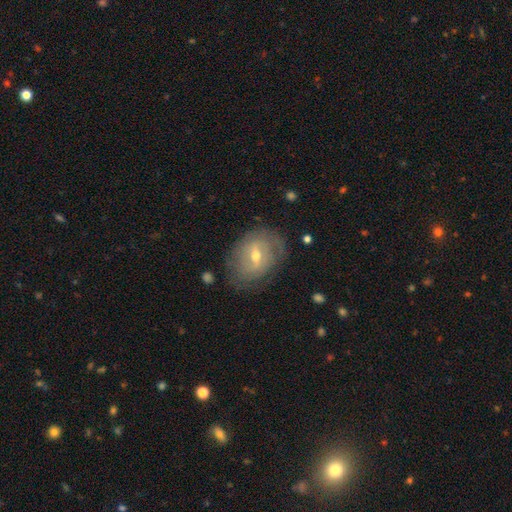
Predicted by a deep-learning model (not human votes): Smooth or featured: featured or disk — 65% (smooth — 27%)
Edge-on disk: no — 93% (yes — 7%)
Bar: weak — 53% (strong — 24%)
Spiral arms: yes — 66% (no — 34%)
Bulge size: moderate — 54% (small — 42%)
Merging: none — 70% (minor disturbance — 20%)